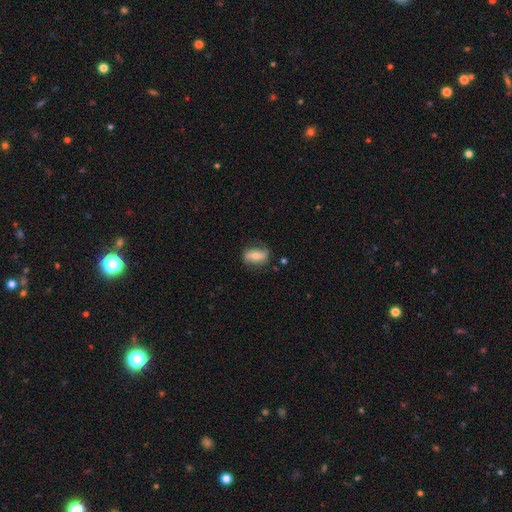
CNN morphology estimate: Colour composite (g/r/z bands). It shows a featured or disk galaxy (46%, tied with smooth). Merging: none (77%).